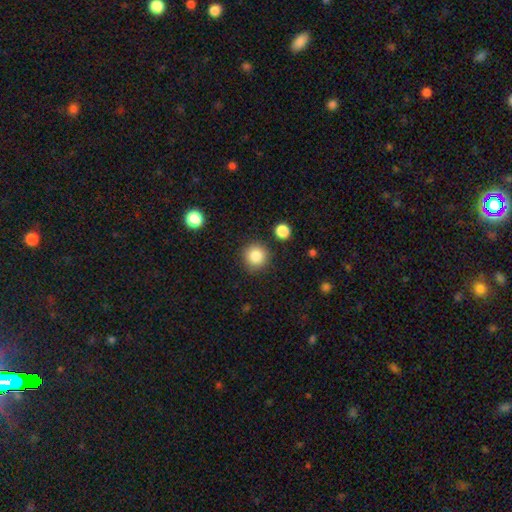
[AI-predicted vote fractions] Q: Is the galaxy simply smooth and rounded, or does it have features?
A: smooth — 86%.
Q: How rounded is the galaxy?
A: round — 94%.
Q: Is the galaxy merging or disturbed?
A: none — 88%.